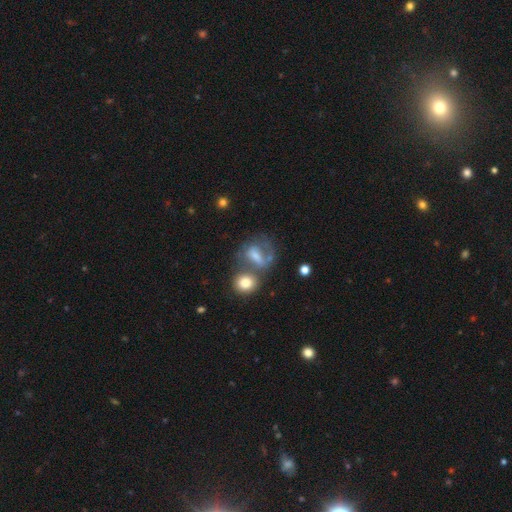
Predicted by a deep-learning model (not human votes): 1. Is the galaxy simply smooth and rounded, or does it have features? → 46% smooth, 43% featured or disk, 11% star or artifact.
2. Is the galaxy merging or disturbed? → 34% merger, 32% none, 18% major disturbance, 16% minor disturbance.